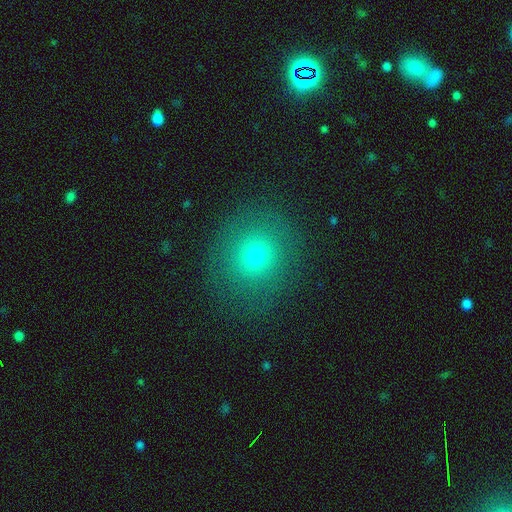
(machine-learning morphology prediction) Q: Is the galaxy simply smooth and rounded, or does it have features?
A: smooth — 70%.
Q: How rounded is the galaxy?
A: round — 89%.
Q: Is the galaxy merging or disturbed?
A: none — 86%.